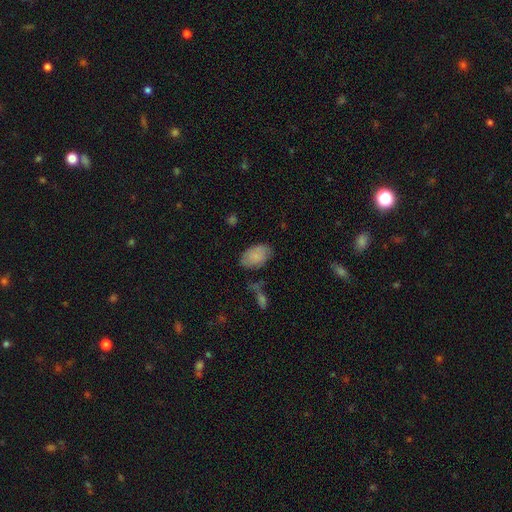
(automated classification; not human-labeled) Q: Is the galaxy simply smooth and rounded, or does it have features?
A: smooth — 78%.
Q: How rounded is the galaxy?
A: in between — 91%.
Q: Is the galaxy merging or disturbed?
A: none — 67%.